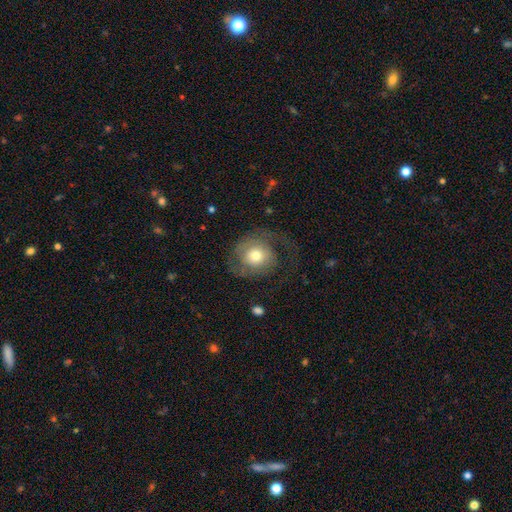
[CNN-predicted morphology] Smooth or featured? smooth (47%)
Merging? none (48%)